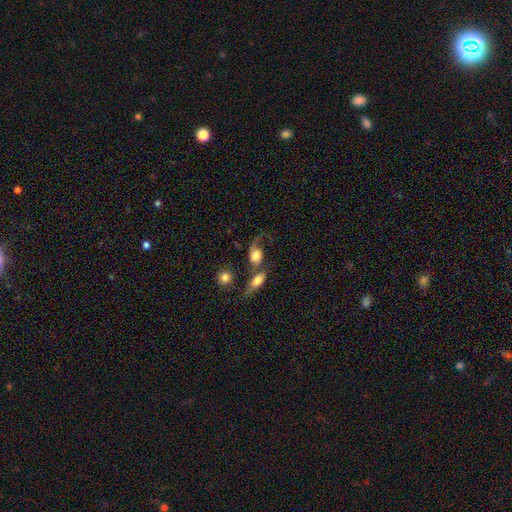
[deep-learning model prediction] A smooth galaxy with no disk features (53%) that is in between round and cigar-shaped (62%). Merging: merger (39%).